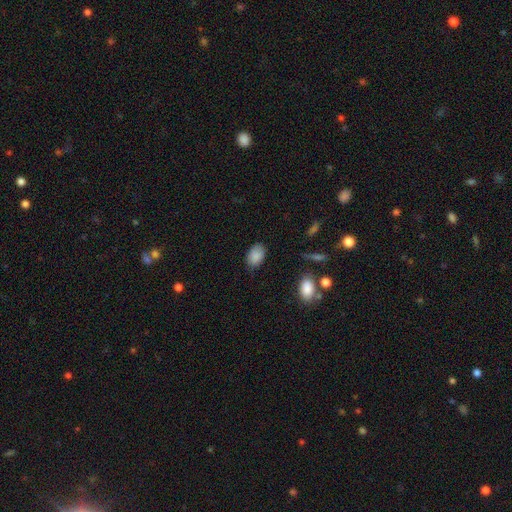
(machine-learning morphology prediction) Smooth or featured? Predicted: smooth (p=0.87). How rounded? Predicted: in between (p=0.86). Merging? Predicted: none (p=0.80).